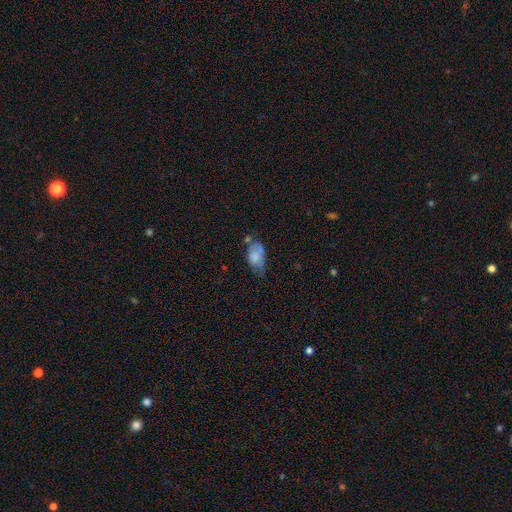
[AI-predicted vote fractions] This is likely a smooth galaxy (74%). How rounded: clearly in between (91%). Merging: marginally minor disturbance (41%).